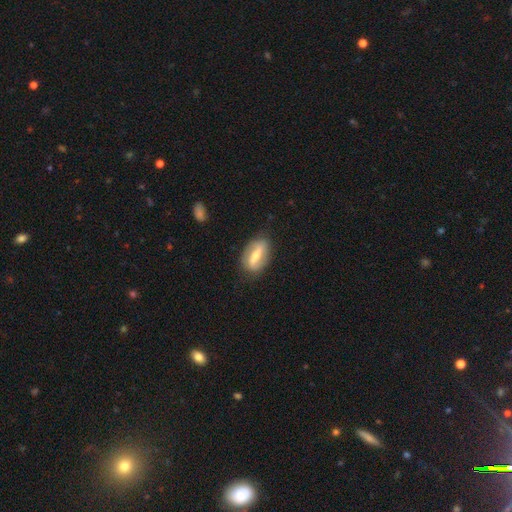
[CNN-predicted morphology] This appears to be a featured or disk galaxy (63%) with a strong bar (65%), spiral arms (63%) and a moderate central bulge (54%). Merging: none (82%).